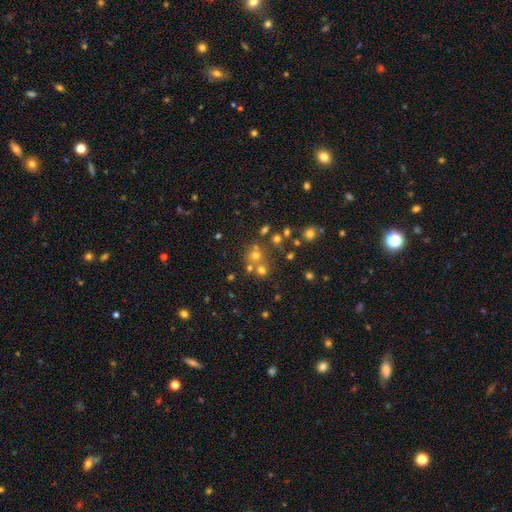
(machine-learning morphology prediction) Overall: smooth (54%; star or artifact 32%). How rounded: round (87%). Merging: none (60%; merger 29%).